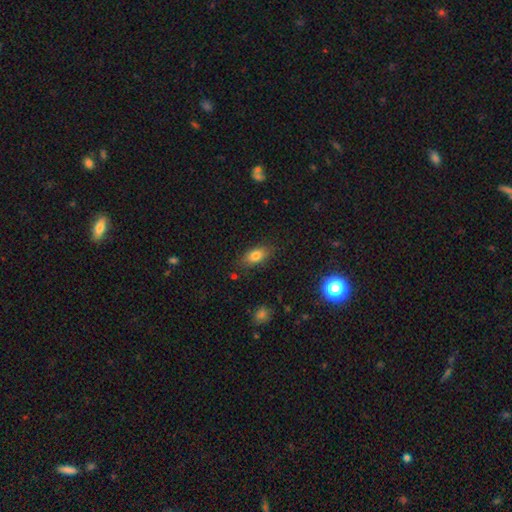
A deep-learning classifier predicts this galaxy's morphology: This is likely a smooth galaxy (80%). How rounded: clearly in between (84%). Merging: clearly none (81%).